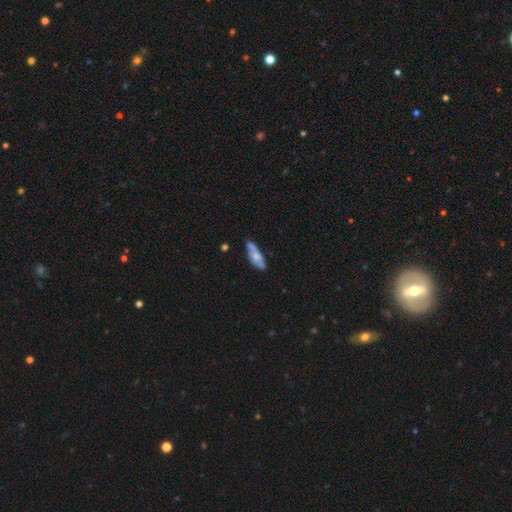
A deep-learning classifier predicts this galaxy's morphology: A smooth galaxy with no disk features (55%) that is in between round and cigar-shaped (63%).

Vote fractions:
- Smooth or featured? smooth: 55% / featured or disk: 39% / star or artifact: 6%
- How rounded? in between: 63% / cigar-shaped: 35% / round: 2%
- Merging? none: 59% / minor disturbance: 28% / major disturbance: 7% / merger: 6%